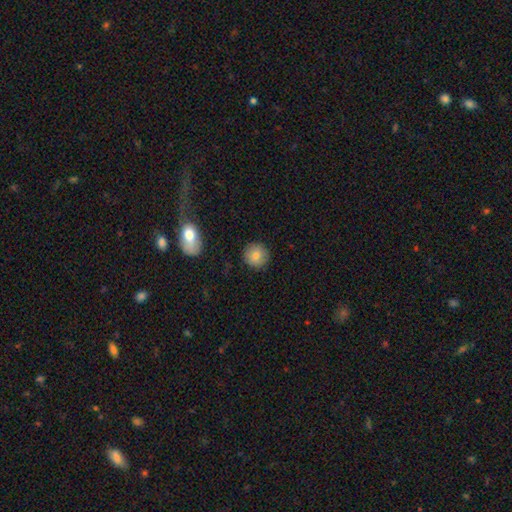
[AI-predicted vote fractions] smooth-or-featured: smooth: 81% | featured or disk: 10% | star or artifact: 8%
  how-rounded: round: 93% | in between: 6% | cigar-shaped: 1%
  merging: none: 90% | minor disturbance: 7% | major disturbance: 2% | merger: 2%